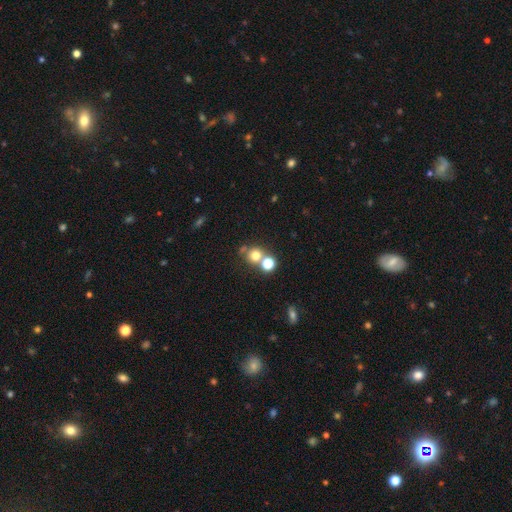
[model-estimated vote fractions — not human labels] smooth 71%, star or artifact 18%, featured or disk 11%. Down the decision tree: how rounded — round (86%); merging — none (56%).